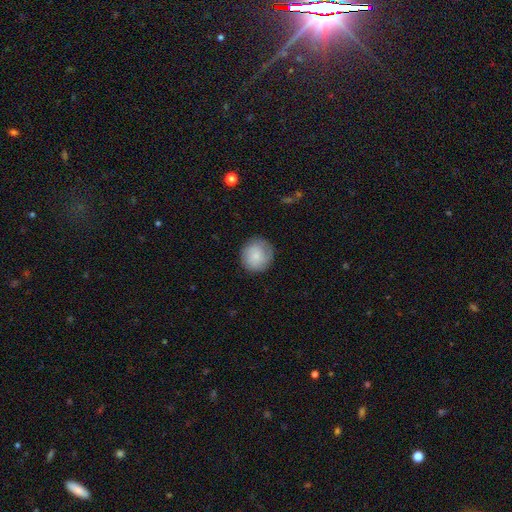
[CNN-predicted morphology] smooth 77%, featured or disk 17%, star or artifact 7%. Down the decision tree: how rounded — round (92%); merging — none (84%).